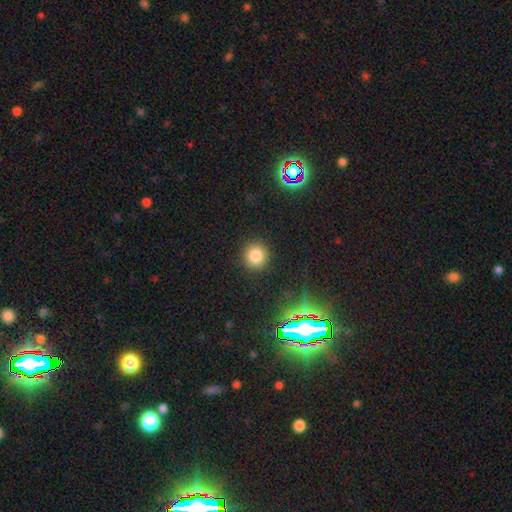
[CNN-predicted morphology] Overall: smooth (81%). How rounded: round (91%). Merging: none (90%).